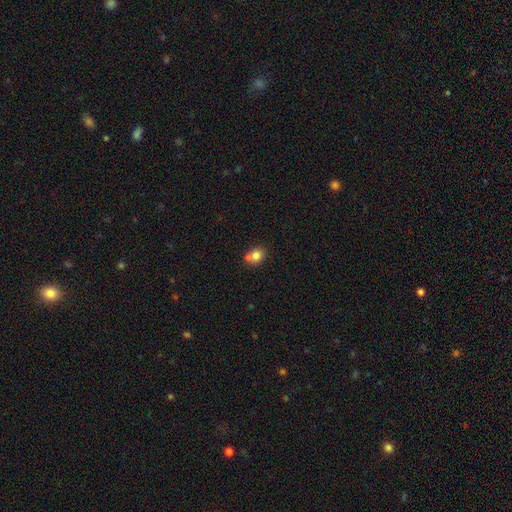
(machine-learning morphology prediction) The model was most divided on "merging": none: 52%, merger: 34%, minor disturbance: 12%, major disturbance: 3%. More confident: smooth or featured — smooth (77%); how rounded — round (60%).